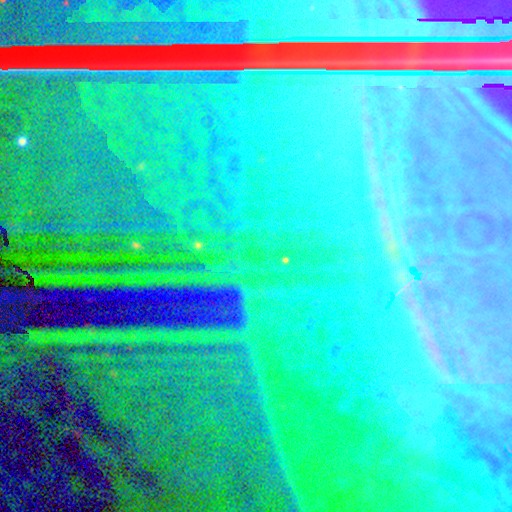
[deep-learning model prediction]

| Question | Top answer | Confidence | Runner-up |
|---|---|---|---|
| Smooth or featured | star or artifact | 87% | featured or disk (7%) |